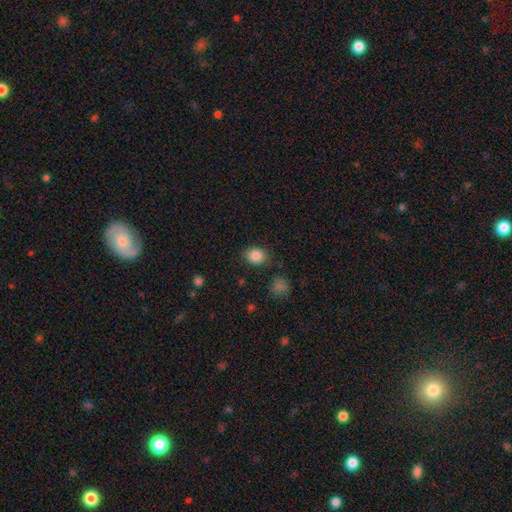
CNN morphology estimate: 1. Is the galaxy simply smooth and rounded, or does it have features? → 86% smooth, 10% star or artifact, 4% featured or disk.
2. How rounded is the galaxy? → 54% round, 45% in between, 1% cigar-shaped.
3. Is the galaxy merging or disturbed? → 82% none, 12% minor disturbance, 4% major disturbance, 3% merger.